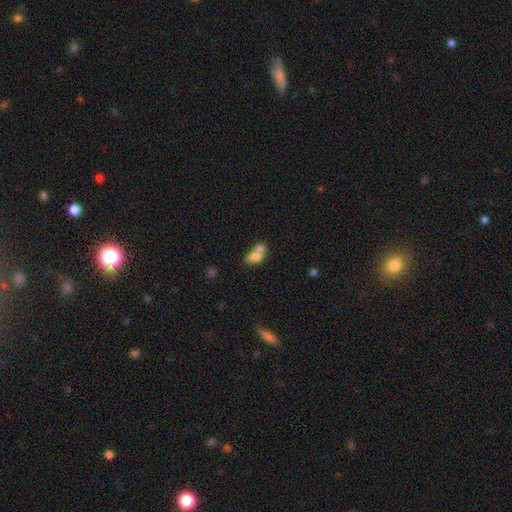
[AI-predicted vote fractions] smooth-or-featured: smooth: 72% | featured or disk: 18% | star or artifact: 9%
  how-rounded: in between: 68% | round: 30% | cigar-shaped: 2%
  merging: merger: 68% | none: 21% | minor disturbance: 7% | major disturbance: 4%